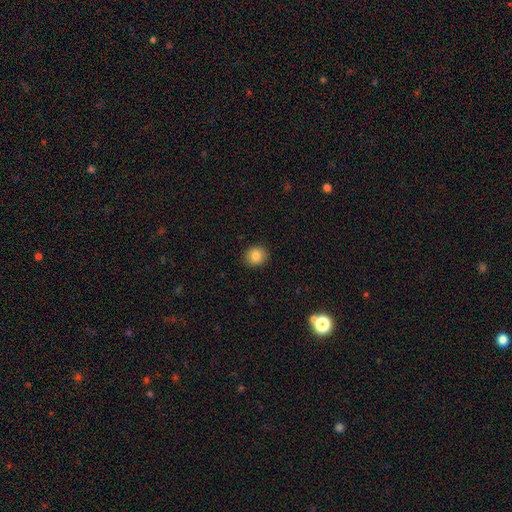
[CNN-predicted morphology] The model was most divided on "how rounded": round: 81%, in between: 18%, cigar-shaped: 1%. More confident: merging — none (91%); smooth or featured — smooth (85%).